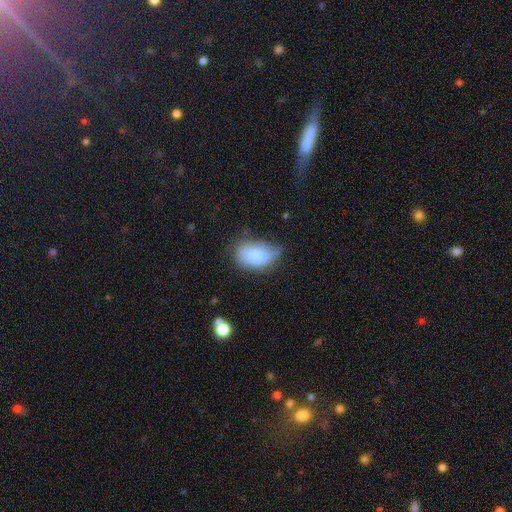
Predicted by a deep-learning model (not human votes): This is likely a smooth galaxy (79%). How rounded: clearly in between (89%). Merging: marginally none (43%).